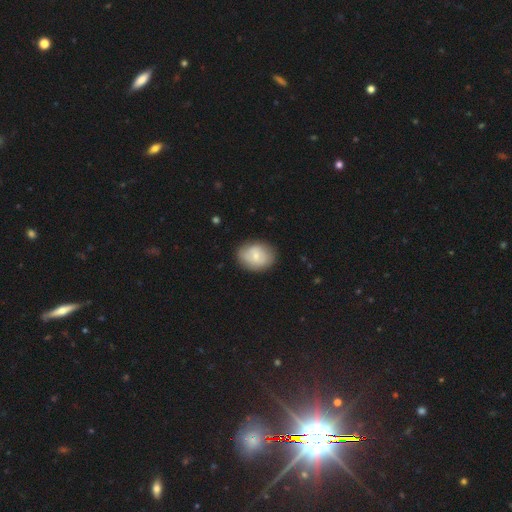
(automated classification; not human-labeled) Overall: smooth (63%; featured or disk 30%). How rounded: in between (60%; round 39%). Merging: none (79%).